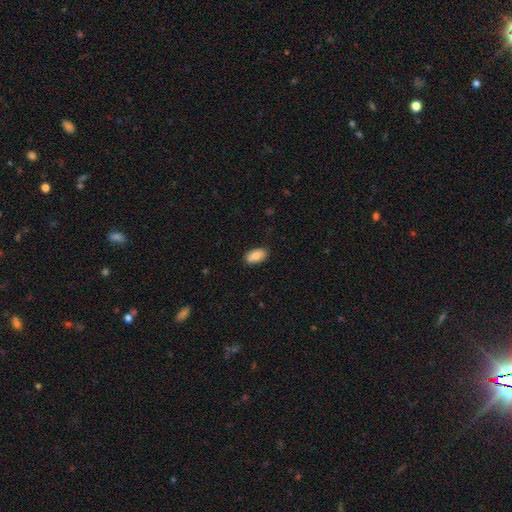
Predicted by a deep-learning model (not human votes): smooth_or_featured: smooth (p=0.84) [alt: featured or disk p=0.09]
how_rounded: in between (p=0.94) [alt: round p=0.04]
merging: none (p=0.85) [alt: minor disturbance p=0.11]